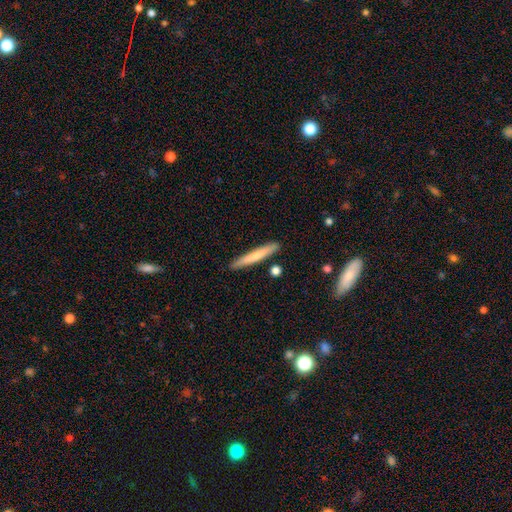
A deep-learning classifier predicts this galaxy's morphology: smooth-or-featured: smooth: 68% | featured or disk: 26% | star or artifact: 5%
  how-rounded: cigar-shaped: 95% | in between: 4% | round: 1%
  merging: none: 89% | minor disturbance: 7% | merger: 2% | major disturbance: 2%